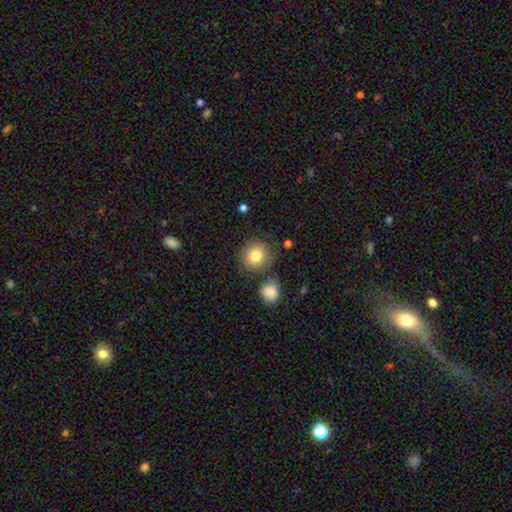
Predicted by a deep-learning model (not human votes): smooth 82%, featured or disk 10%, star or artifact 9%. Down the decision tree: how rounded — round (87%); merging — none (74%).